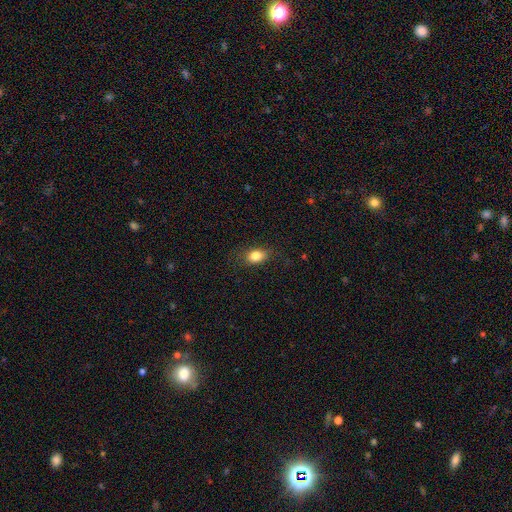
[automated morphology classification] A smooth galaxy with no disk features (83%) that is in between round and cigar-shaped (77%).

Vote fractions:
- Smooth or featured? smooth: 83% / star or artifact: 9% / featured or disk: 8%
- How rounded? in between: 77% / round: 21% / cigar-shaped: 3%
- Merging? none: 80% / minor disturbance: 15% / major disturbance: 5% / merger: 1%